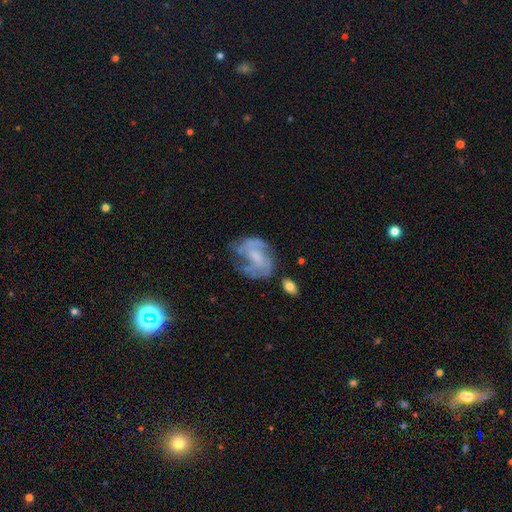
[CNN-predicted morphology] type=featured or disk (72%); edge-on=no (97%); bar=no (47%); spiral arms=yes (84%); winding=medium (46%); arm count=2 (43%); bulge=small (37%); merging=none (59%).